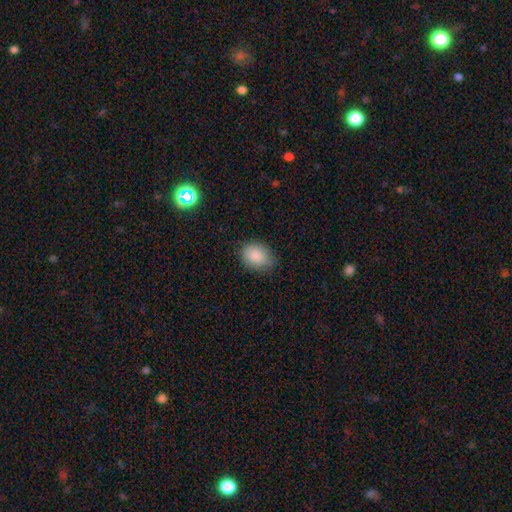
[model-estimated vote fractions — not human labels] smooth-or-featured: smooth: 87% | star or artifact: 7% | featured or disk: 5%
  how-rounded: in between: 67% | round: 32% | cigar-shaped: 1%
  merging: none: 74% | minor disturbance: 21% | major disturbance: 4% | merger: 1%